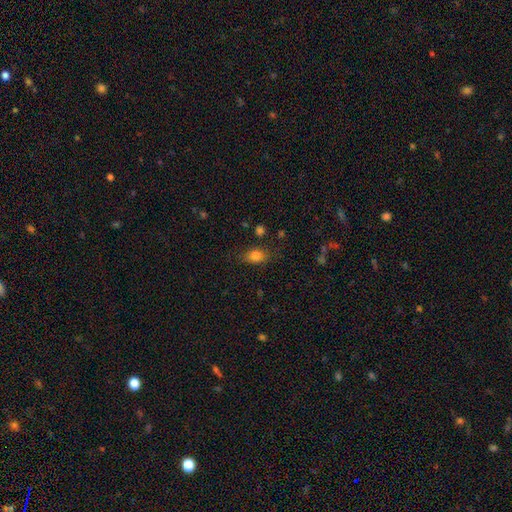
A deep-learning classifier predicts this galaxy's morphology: smooth_or_featured: smooth (p=0.82) [alt: star or artifact p=0.11]
how_rounded: in between (p=0.72) [alt: round p=0.26]
merging: none (p=0.73) [alt: minor disturbance p=0.18]